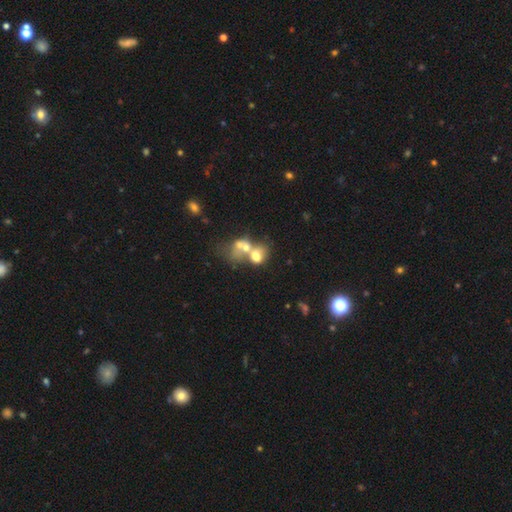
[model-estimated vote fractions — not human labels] Overall: smooth (55%; featured or disk 32%). How rounded: in between (50%; round 49%). Merging: merger (70%).